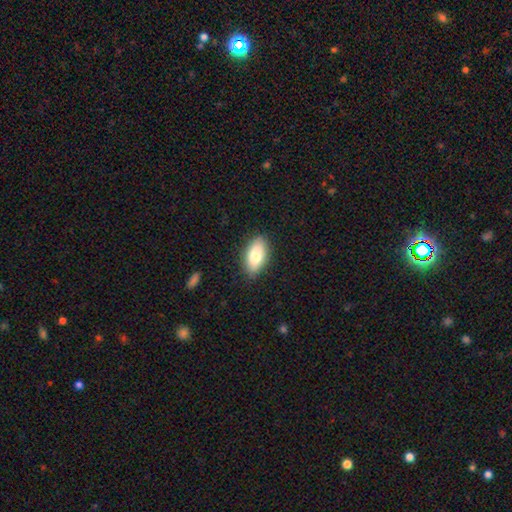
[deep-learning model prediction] Q: Smooth or featured?
A: smooth (80%); runner-up: featured or disk (13%)
Q: How rounded?
A: in between (91%); runner-up: cigar-shaped (6%)
Q: Merging?
A: none (87%); runner-up: minor disturbance (10%)